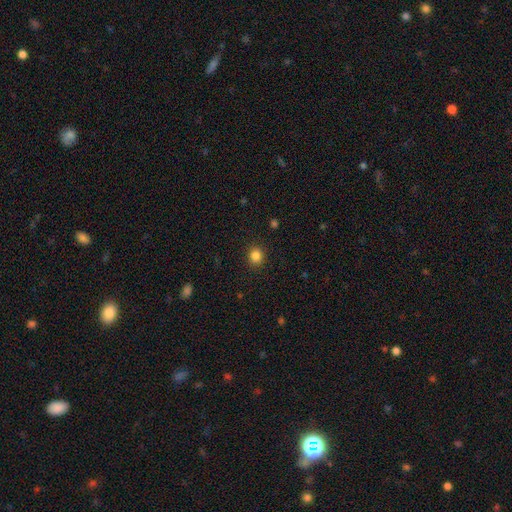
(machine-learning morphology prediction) A smooth galaxy with no disk features (85%) that is round (76%).

Vote fractions:
- Smooth or featured? smooth: 85% / star or artifact: 11% / featured or disk: 4%
- How rounded? round: 76% / in between: 23% / cigar-shaped: 1%
- Merging? none: 90% / minor disturbance: 7% / major disturbance: 2% / merger: 1%